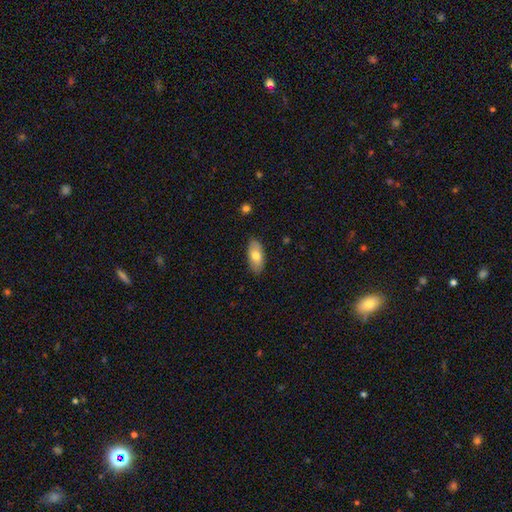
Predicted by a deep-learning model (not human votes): smooth 73%, featured or disk 20%, star or artifact 6%. Down the decision tree: how rounded — in between (89%); merging — none (86%).